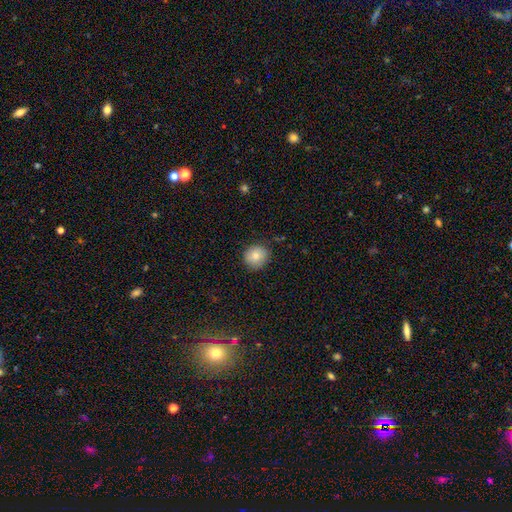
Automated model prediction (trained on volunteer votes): A smooth galaxy with no disk features (81%) that is round (88%).

Vote fractions:
- Smooth or featured? smooth: 81% / featured or disk: 10% / star or artifact: 9%
- How rounded? round: 88% / in between: 11% / cigar-shaped: 1%
- Merging? none: 83% / minor disturbance: 13% / major disturbance: 2% / merger: 1%